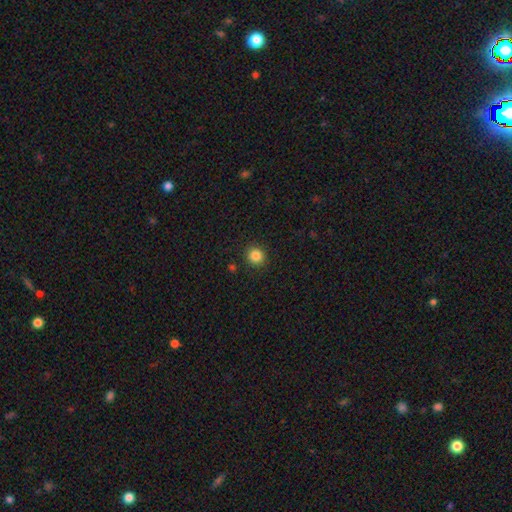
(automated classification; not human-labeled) Morphology: type=smooth (85%); roundness=round (92%); merging=none (91%).